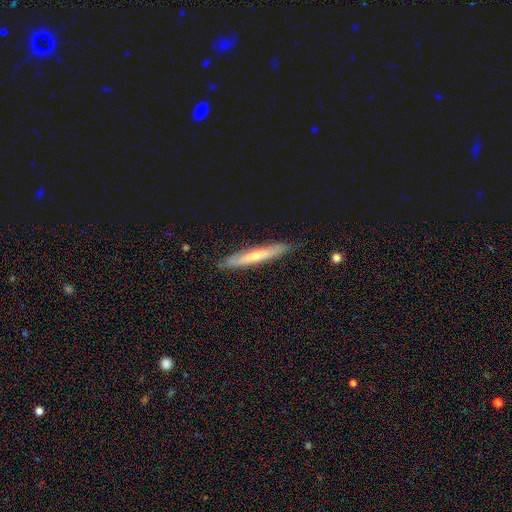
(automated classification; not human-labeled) A featured or disk galaxy (55%) viewed edge-on (81%).

Vote fractions:
- Smooth or featured? featured or disk: 55% / smooth: 38% / star or artifact: 7%
- Edge-on disk? yes: 81% / no: 19%
- Merging? none: 85% / minor disturbance: 12% / major disturbance: 2% / merger: 1%